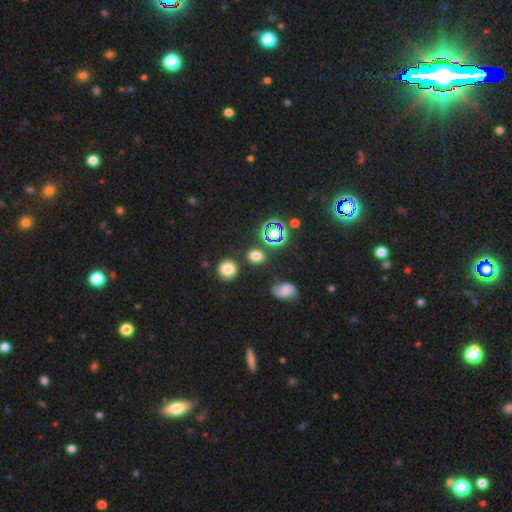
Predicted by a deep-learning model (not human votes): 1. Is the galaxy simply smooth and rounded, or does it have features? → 62% smooth, 29% star or artifact, 9% featured or disk.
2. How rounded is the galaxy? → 67% round, 31% in between, 2% cigar-shaped.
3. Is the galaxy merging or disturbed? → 77% none, 11% minor disturbance, 7% merger, 5% major disturbance.